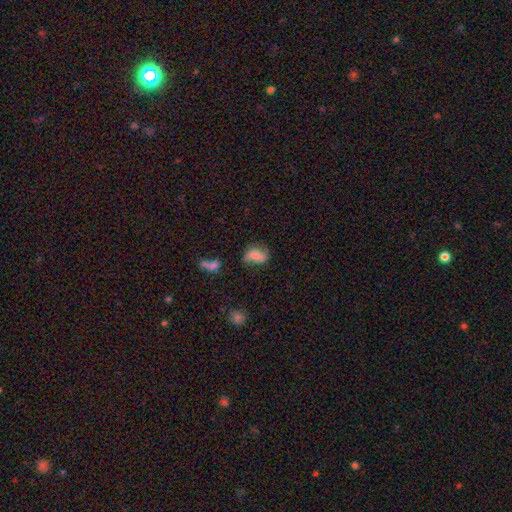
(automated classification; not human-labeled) smooth 52%, featured or disk 38%, star or artifact 11%. Down the decision tree: how rounded — in between (77%); merging — none (55%).